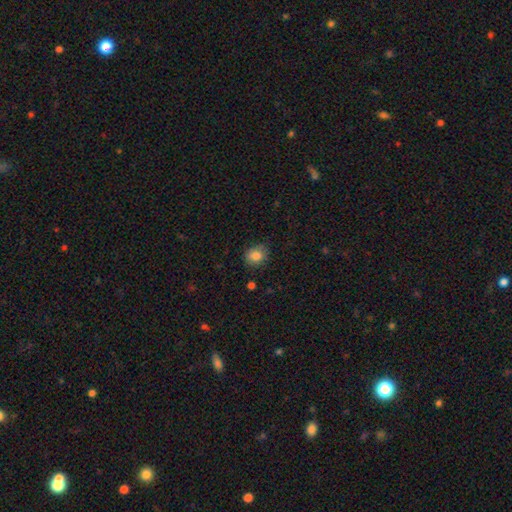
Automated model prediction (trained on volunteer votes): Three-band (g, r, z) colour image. It shows a smooth galaxy with no disk features (84%) that is round (67%). Merging: none (77%).